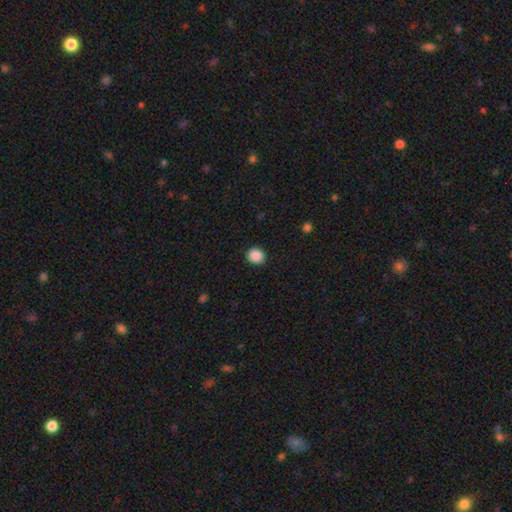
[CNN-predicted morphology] Overall: smooth (89%). How rounded: round (86%). Merging: none (92%).